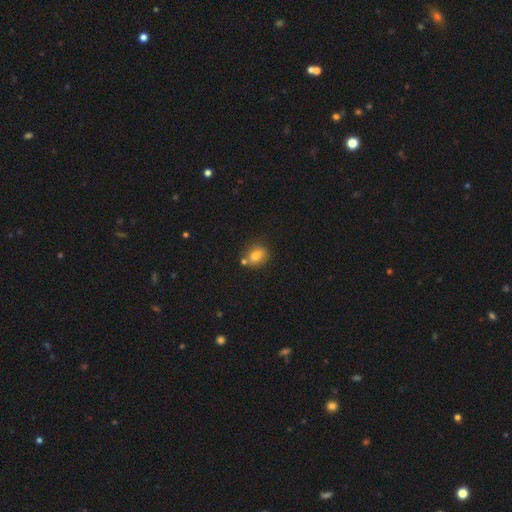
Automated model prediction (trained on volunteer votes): A smooth galaxy with no disk features (77%) that is round (62%). Merging: none (68%).